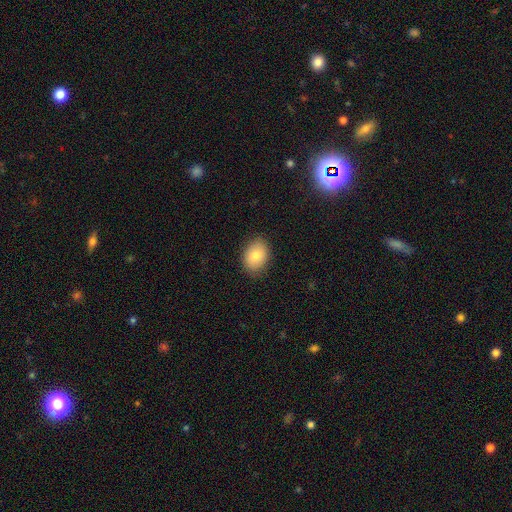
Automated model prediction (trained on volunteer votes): A smooth galaxy with no disk features (82%) that is in between round and cigar-shaped (72%). Merging: none (86%).